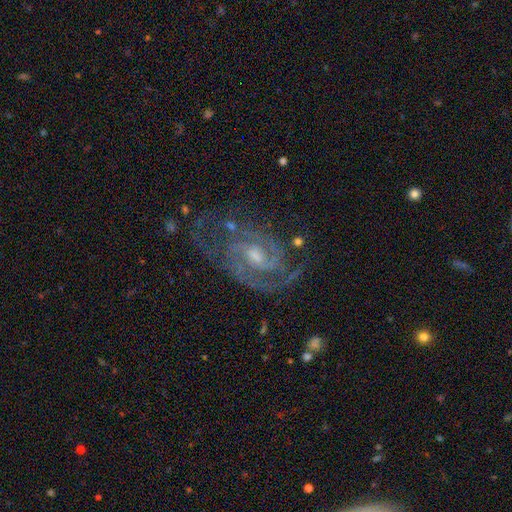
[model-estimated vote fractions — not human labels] A featured or disk galaxy (89%) with a weak bar (52%), 2 (72%) tight (48%) spiral arms (98%) and a small central bulge (48%). Merging: none (67%).